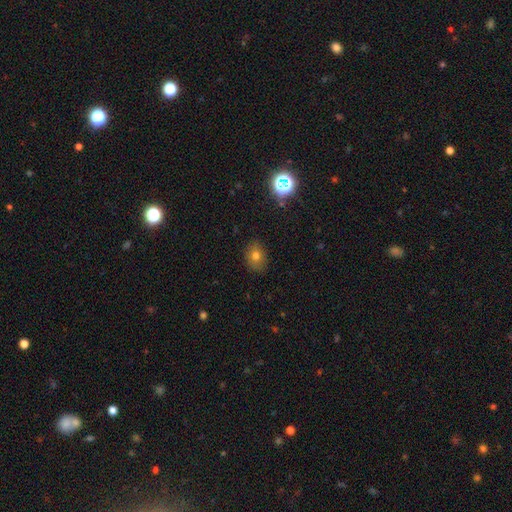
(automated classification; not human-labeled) Overall: smooth (73%). How rounded: in between (58%; round 41%). Merging: none (84%).